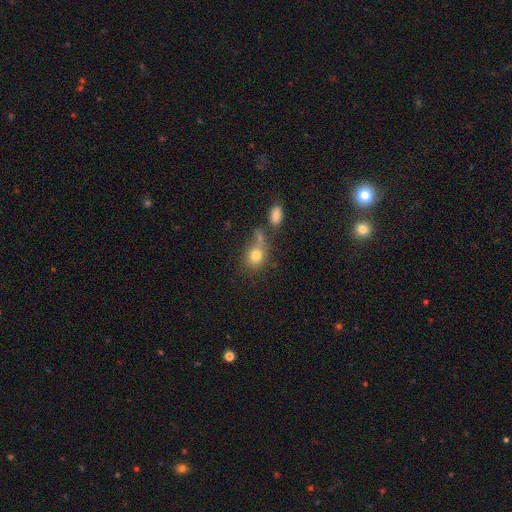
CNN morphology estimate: smooth_or_featured: smooth (p=0.77) [alt: featured or disk p=0.12]
how_rounded: round (p=0.59) [alt: in between p=0.40]
merging: none (p=0.45) [alt: merger p=0.29]